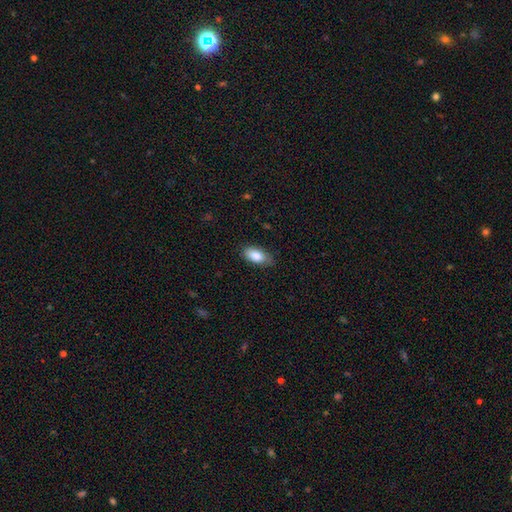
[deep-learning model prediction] Smooth or featured: smooth — 86% (featured or disk — 7%)
How rounded: in between — 91% (cigar-shaped — 6%)
Merging: none — 79% (minor disturbance — 17%)